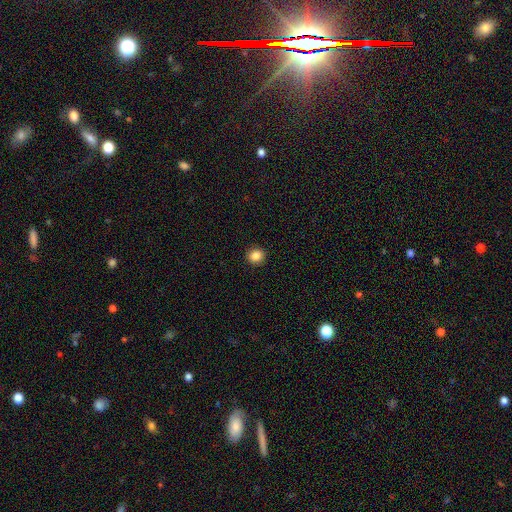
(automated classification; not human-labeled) A smooth galaxy with no disk features (86%) that is round (89%). Merging: none (93%).